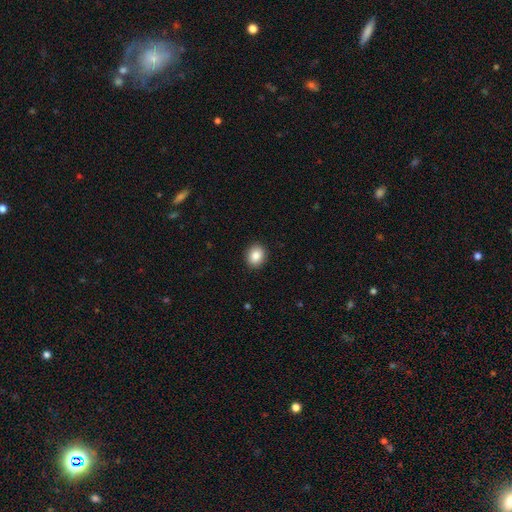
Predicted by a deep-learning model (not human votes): Smooth or featured? Predicted: smooth (p=0.86). How rounded? Predicted: round (p=0.65). Merging? Predicted: none (p=0.91).